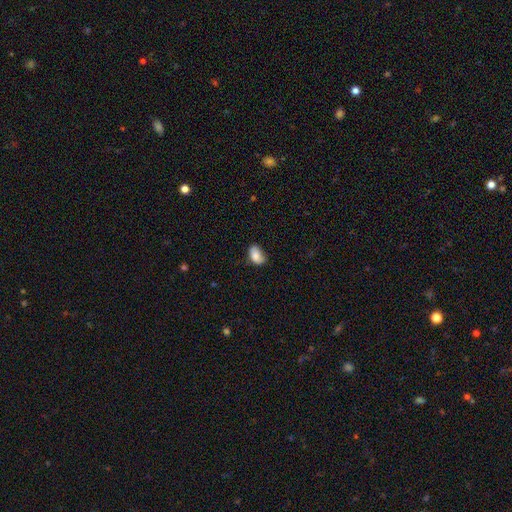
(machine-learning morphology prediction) Smooth or featured? Predicted: smooth (p=0.85). How rounded? Predicted: in between (p=0.88). Merging? Predicted: none (p=0.61).